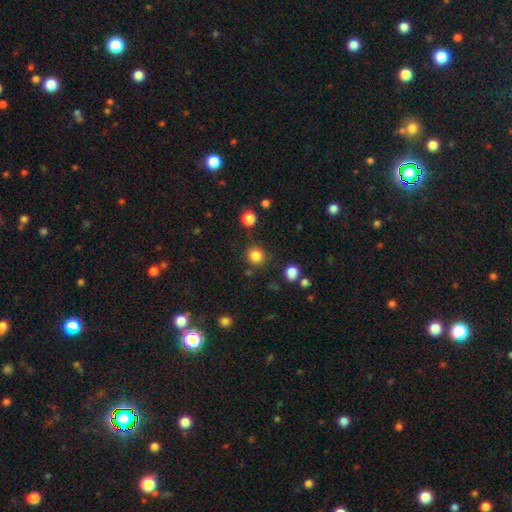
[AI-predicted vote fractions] The model was most divided on "smooth or featured": smooth: 84%, star or artifact: 12%, featured or disk: 4%. More confident: how rounded — round (92%); merging — none (83%).